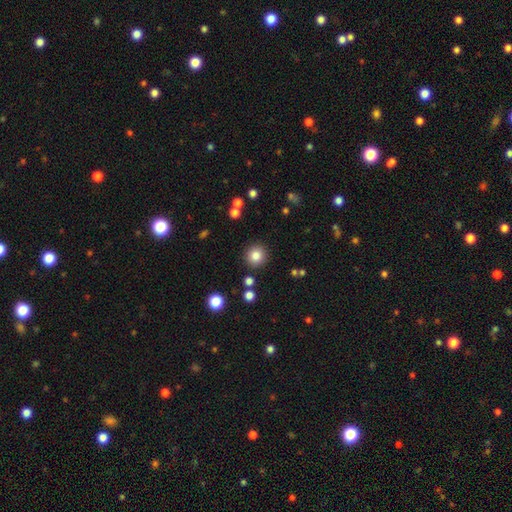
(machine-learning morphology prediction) A smooth galaxy with no disk features (82%) that is round (93%).

Vote fractions:
- Smooth or featured? smooth: 82% / star or artifact: 11% / featured or disk: 7%
- How rounded? round: 93% / in between: 6% / cigar-shaped: 1%
- Merging? none: 88% / minor disturbance: 7% / merger: 3% / major disturbance: 2%